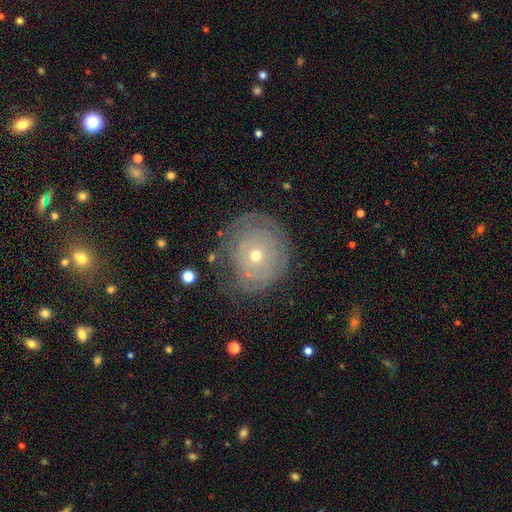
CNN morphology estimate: featured or disk 66%, smooth 23%, star or artifact 11%. Down the decision tree: edge-on disk — no (96%); bar — no (87%); spiral arms — yes (71%); bulge size — small (57%); merging — none (75%).